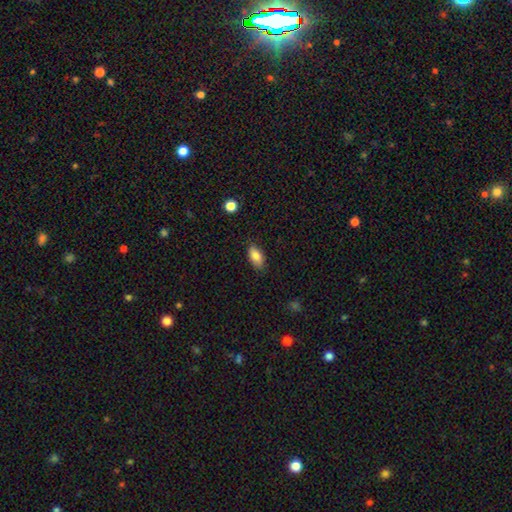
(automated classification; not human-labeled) This is clearly a smooth galaxy (84%). How rounded: clearly in between (91%). Merging: clearly none (83%).